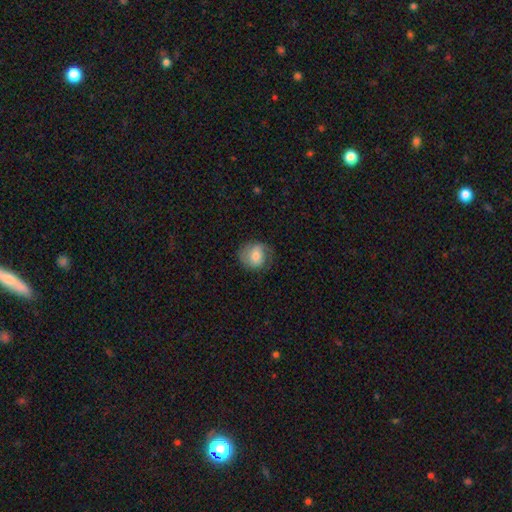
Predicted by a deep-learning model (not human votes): smooth 57%, featured or disk 35%, star or artifact 8%. Down the decision tree: how rounded — round (73%); merging — none (68%).